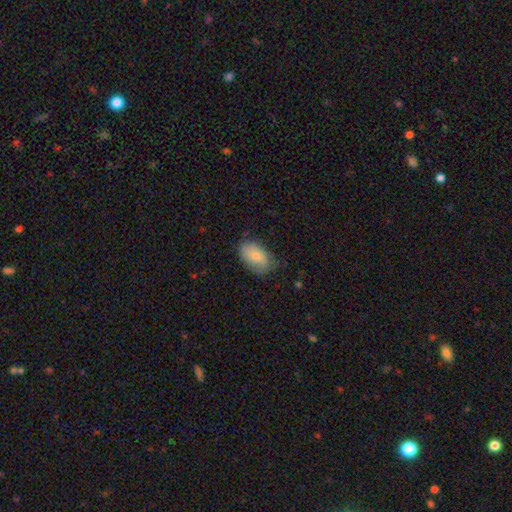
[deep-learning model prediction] This appears to be a smooth galaxy with no disk features (72%) that is in between round and cigar-shaped (91%). Merging: none (65%).